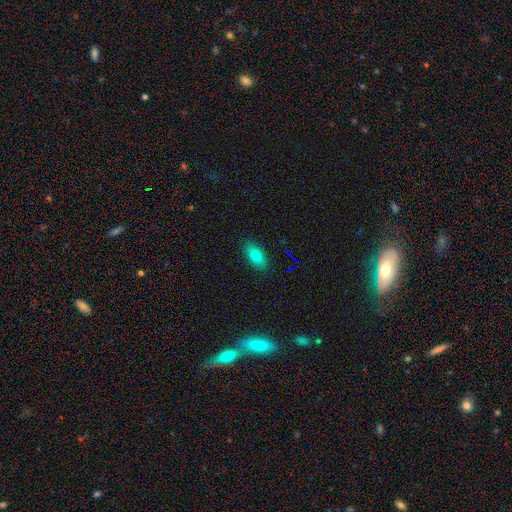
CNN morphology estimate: This appears to be a smooth galaxy with no disk features (77%) that is in between round and cigar-shaped (88%). Merging: none (87%).